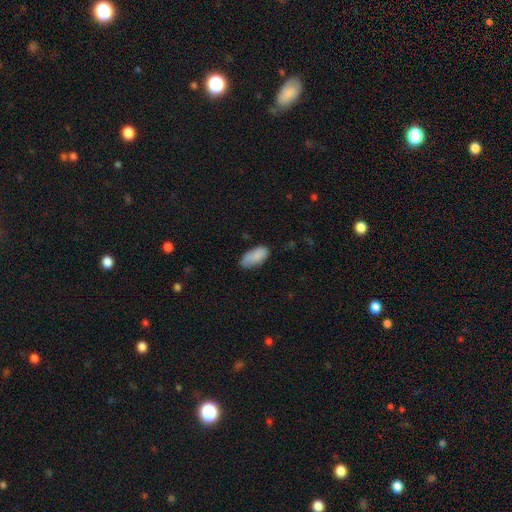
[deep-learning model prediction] smooth-or-featured: smooth: 84% | featured or disk: 9% | star or artifact: 7%
  how-rounded: in between: 92% | cigar-shaped: 6% | round: 2%
  merging: none: 64% | minor disturbance: 28% | major disturbance: 5% | merger: 2%